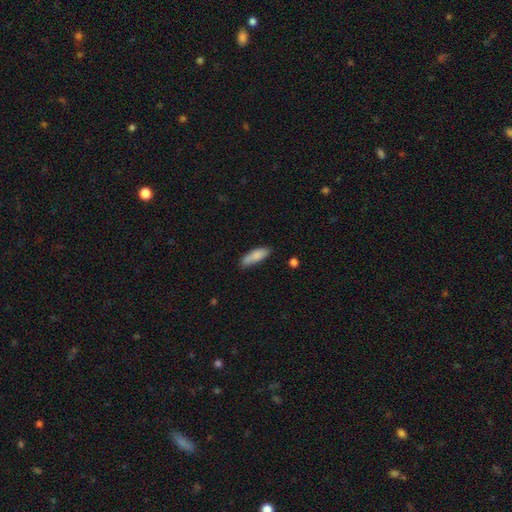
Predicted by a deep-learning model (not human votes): The model was most divided on "how rounded": in between: 57%, cigar-shaped: 41%, round: 2%. More confident: smooth or featured — smooth (85%); merging — none (73%).